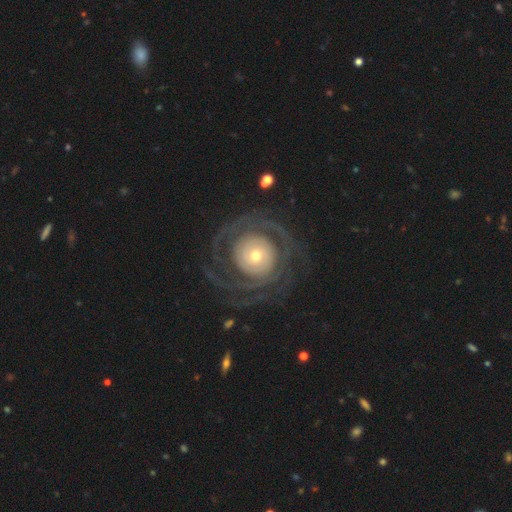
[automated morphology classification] Overall: featured or disk (84%). Edge-on disk: no (97%). Bar: no (80%). Spiral arms: yes (91%). Spiral arm count: can't tell (30%; 2 28%). Spiral winding: tight (70%). Bulge size: small (44%; moderate 42%). Merging: none (71%).